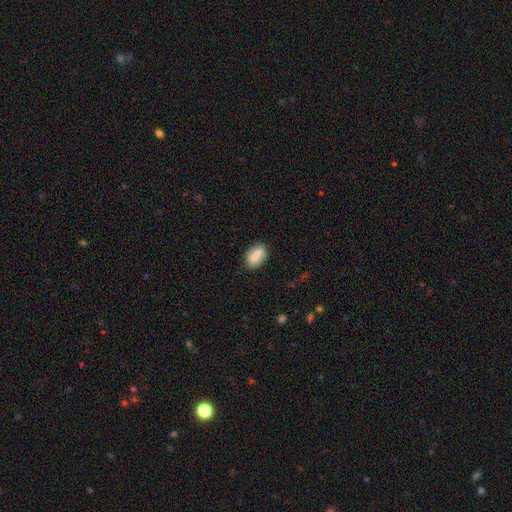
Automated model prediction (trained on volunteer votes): Smooth or featured?
  - smooth: 75% *
  - featured or disk: 17%
  - star or artifact: 8%
How rounded?
  - in between: 86% *
  - round: 11%
  - cigar-shaped: 3%
Merging?
  - none: 77% *
  - minor disturbance: 16%
  - major disturbance: 3%
  - merger: 3%